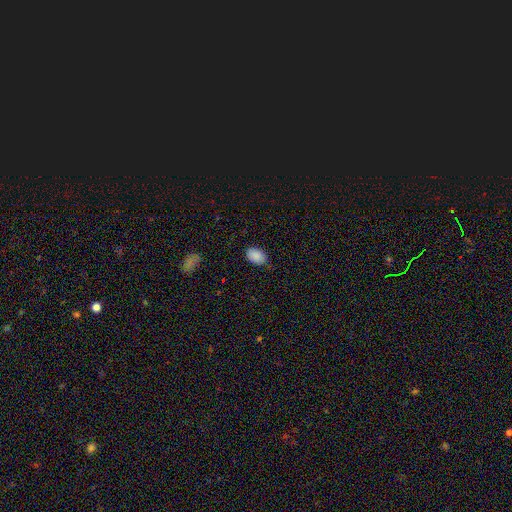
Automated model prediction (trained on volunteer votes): The model was most divided on "merging": none: 75%, minor disturbance: 20%, major disturbance: 3%, merger: 1%. More confident: smooth or featured — smooth (88%); how rounded — in between (86%).